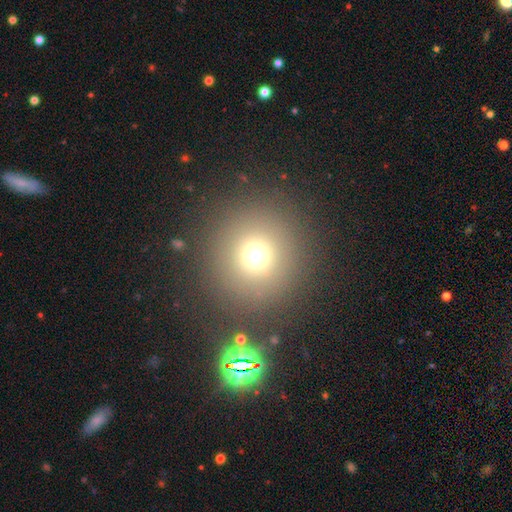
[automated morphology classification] Smooth or featured: smooth — 68% (star or artifact — 23%)
How rounded: round — 94% (in between — 5%)
Merging: none — 85% (minor disturbance — 6%)